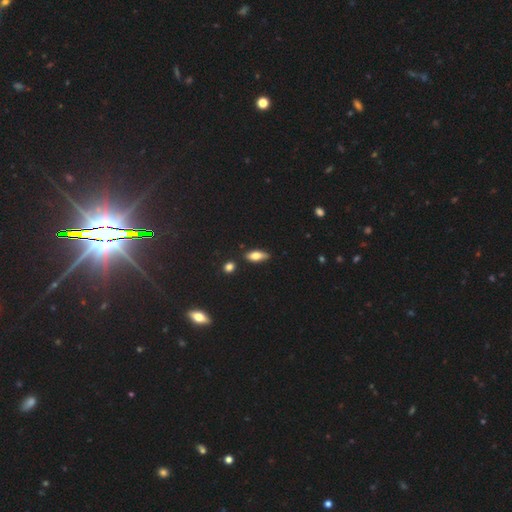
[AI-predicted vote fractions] Smooth or featured: smooth — 70% (featured or disk — 21%)
How rounded: in between — 76% (cigar-shaped — 20%)
Merging: none — 78% (minor disturbance — 15%)